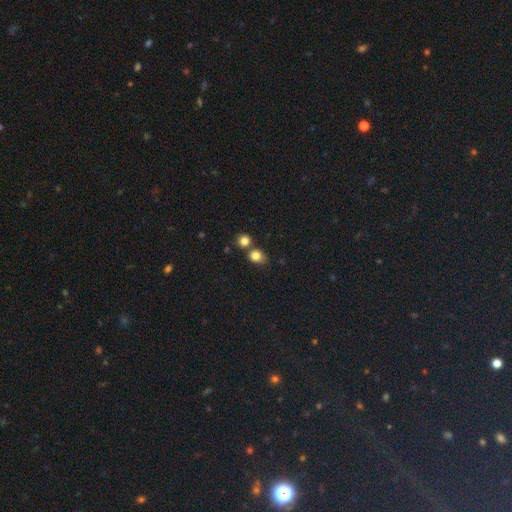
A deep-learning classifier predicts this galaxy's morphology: type=smooth (80%); roundness=round (59%); merging=none (52%).